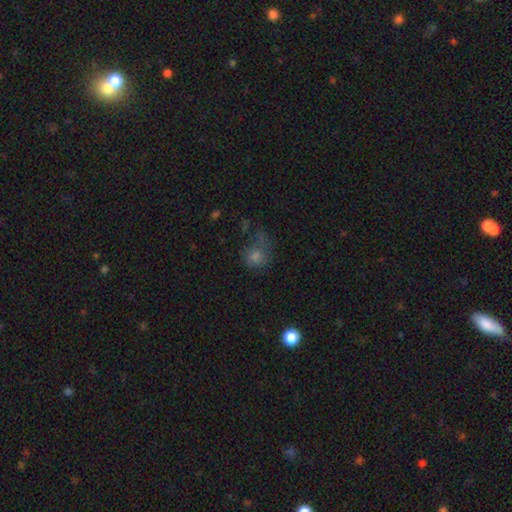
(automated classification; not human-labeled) This appears to be a smooth galaxy with no disk features (63%) that is round (78%). Merging: none (44%).